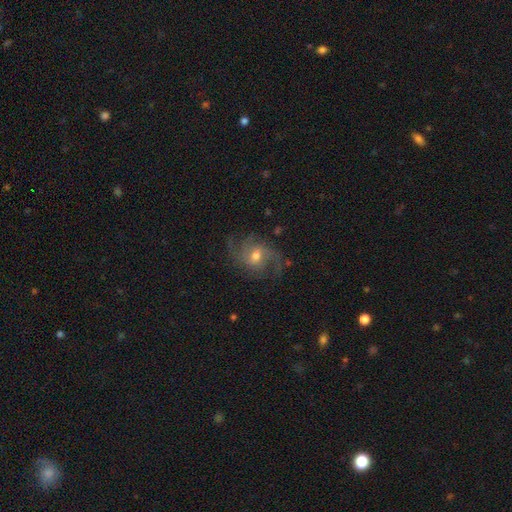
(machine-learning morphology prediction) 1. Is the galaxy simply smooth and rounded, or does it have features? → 80% featured or disk, 10% smooth, 9% star or artifact.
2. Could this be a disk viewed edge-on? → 97% no, 3% yes.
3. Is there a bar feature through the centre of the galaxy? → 49% no, 43% weak, 9% strong.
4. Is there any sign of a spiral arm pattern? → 95% yes, 5% no.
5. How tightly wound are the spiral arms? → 48% medium, 31% loose, 21% tight.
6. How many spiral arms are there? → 37% 2, 25% 3, 19% can't tell, 8% 4, 6% 1, 5% more than 4.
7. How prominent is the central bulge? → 65% moderate, 26% small, 6% large, 2% none, 1% dominant.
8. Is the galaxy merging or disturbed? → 71% none, 17% minor disturbance, 11% major disturbance, 1% merger.